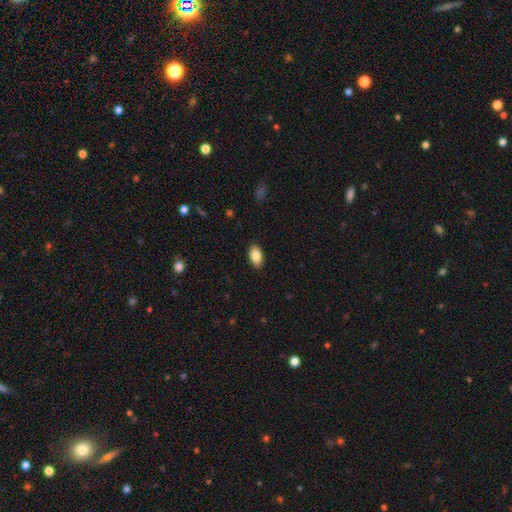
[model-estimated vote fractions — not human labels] Smooth or featured? Predicted: smooth (p=0.85). How rounded? Predicted: in between (p=0.93). Merging? Predicted: none (p=0.89).